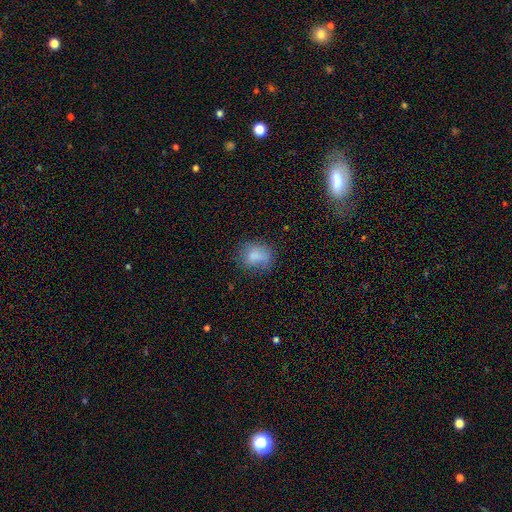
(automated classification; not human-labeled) smooth_or_featured: smooth (p=0.78) [alt: featured or disk p=0.11]
how_rounded: in between (p=0.54) [alt: round p=0.45]
merging: none (p=0.59) [alt: minor disturbance p=0.26]